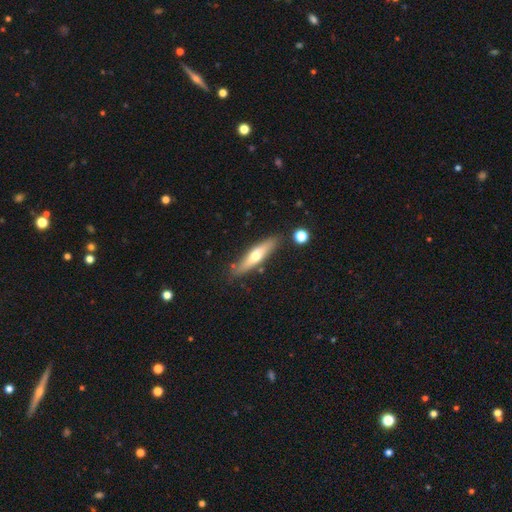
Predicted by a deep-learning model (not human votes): Q: Smooth or featured?
A: smooth (49%); runner-up: featured or disk (45%)
Q: Merging?
A: none (81%); runner-up: minor disturbance (12%)